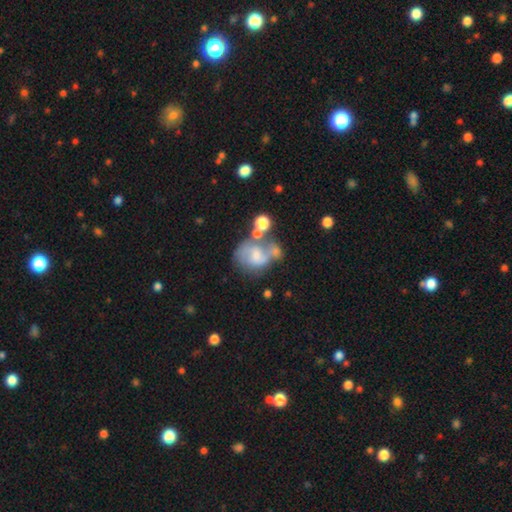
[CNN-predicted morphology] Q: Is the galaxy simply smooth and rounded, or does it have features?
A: featured or disk — 47%.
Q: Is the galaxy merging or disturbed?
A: merger — 30%.